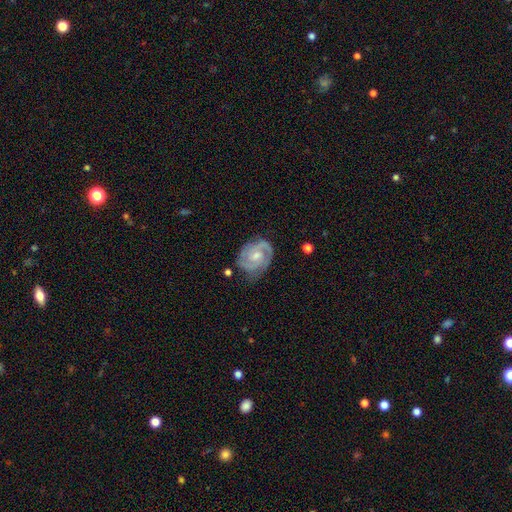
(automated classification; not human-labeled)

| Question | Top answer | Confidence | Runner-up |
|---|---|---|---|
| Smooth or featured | featured or disk | 85% | smooth (10%) |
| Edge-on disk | no | 98% | yes (2%) |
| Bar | no | 49% | weak (43%) |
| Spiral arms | yes | 96% | no (4%) |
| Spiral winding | tight | 52% | medium (40%) |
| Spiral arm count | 2 | 73% | 3 (11%) |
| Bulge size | moderate | 47% | small (45%) |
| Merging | none | 69% | minor disturbance (22%) |